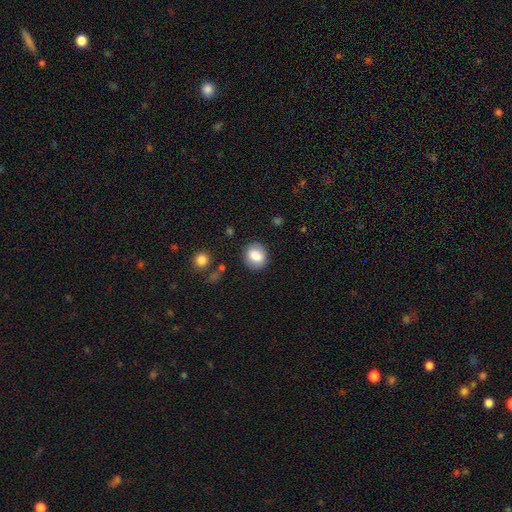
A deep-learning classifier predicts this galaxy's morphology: Smooth or featured? smooth (82%)
How rounded? round (68%)
Merging? none (86%)